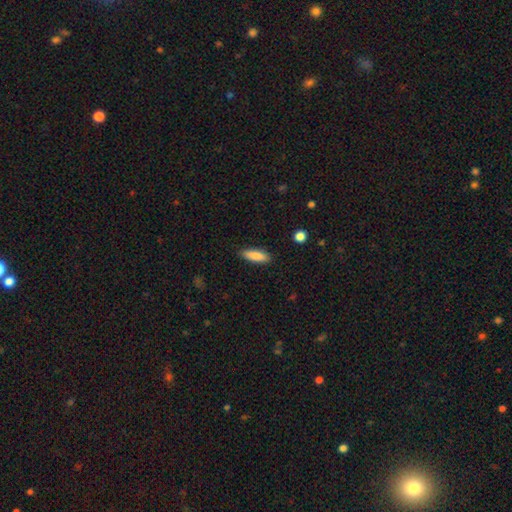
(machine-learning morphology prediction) This is clearly a smooth galaxy (85%). How rounded: possibly in between (50%). Merging: clearly none (88%).